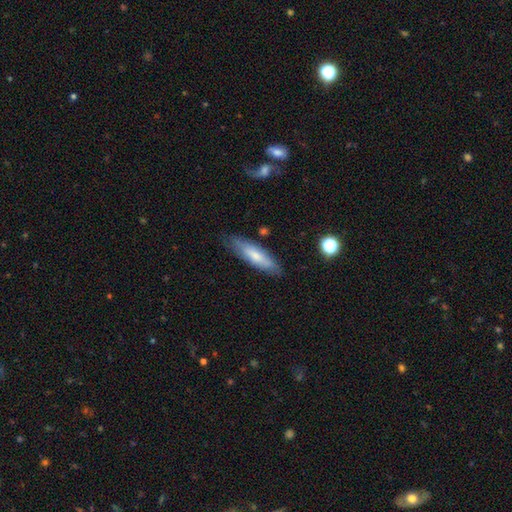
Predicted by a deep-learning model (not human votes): Smooth or featured? Predicted: smooth (p=0.67). How rounded? Predicted: cigar-shaped (p=0.62). Merging? Predicted: none (p=0.79).